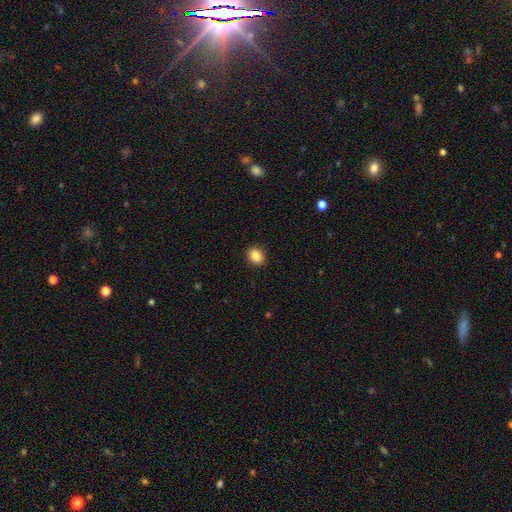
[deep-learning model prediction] Smooth or featured: smooth — 88% (star or artifact — 9%)
How rounded: round — 51% (in between — 48%)
Merging: none — 90% (minor disturbance — 7%)